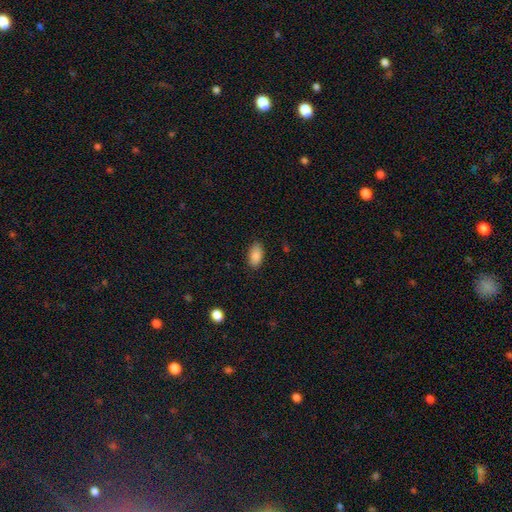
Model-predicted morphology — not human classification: Smooth or featured? Predicted: smooth (p=0.88). How rounded? Predicted: in between (p=0.93). Merging? Predicted: none (p=0.86).